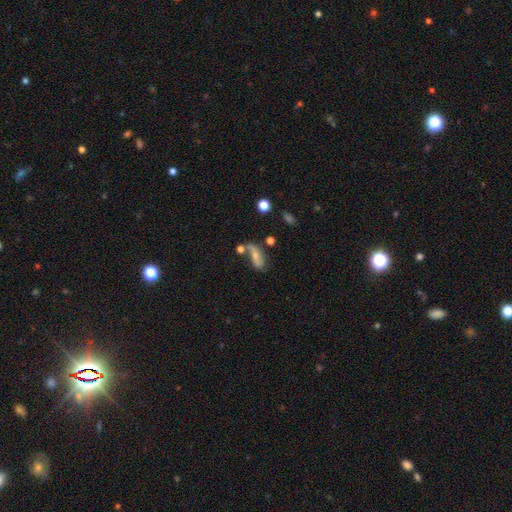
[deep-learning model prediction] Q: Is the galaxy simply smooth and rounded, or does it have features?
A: smooth — 45%, tied with featured or disk.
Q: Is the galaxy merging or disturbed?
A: none — 42%.